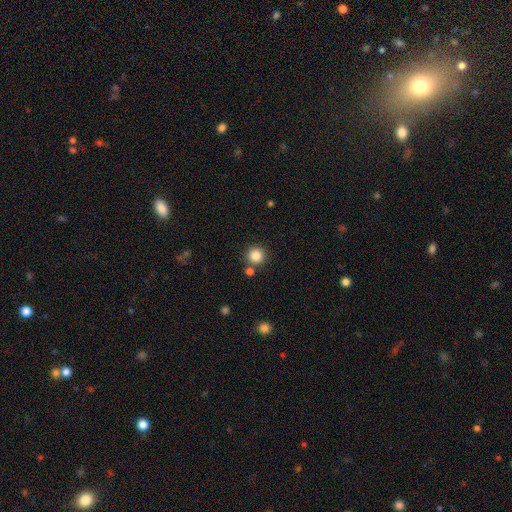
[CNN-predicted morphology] Smooth or featured? Predicted: smooth (p=0.85). How rounded? Predicted: round (p=0.95). Merging? Predicted: none (p=0.82).